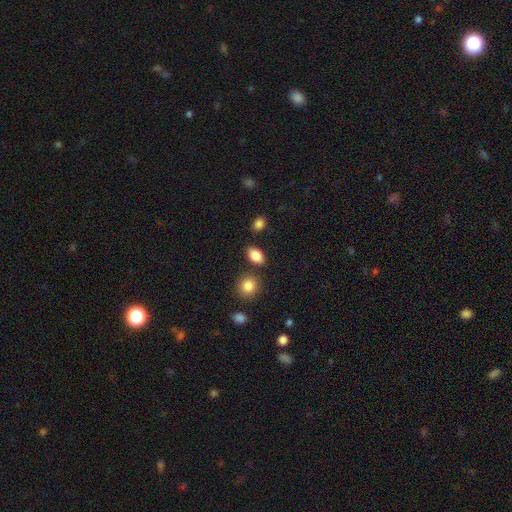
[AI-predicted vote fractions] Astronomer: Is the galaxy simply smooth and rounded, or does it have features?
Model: smooth — 85%.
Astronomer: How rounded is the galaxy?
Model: in between — 83%.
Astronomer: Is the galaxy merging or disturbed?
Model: none — 80%.